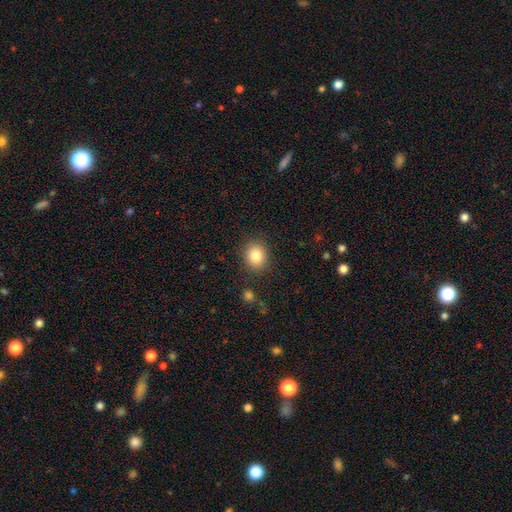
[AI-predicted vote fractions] The model was most divided on "how rounded": round: 67%, in between: 32%, cigar-shaped: 1%. More confident: merging — none (86%); smooth or featured — smooth (85%).